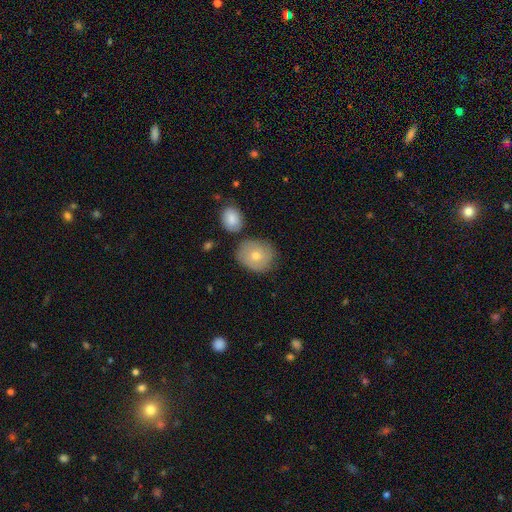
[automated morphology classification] smooth 64%, featured or disk 27%, star or artifact 10%. Down the decision tree: how rounded — round (73%); merging — none (73%).